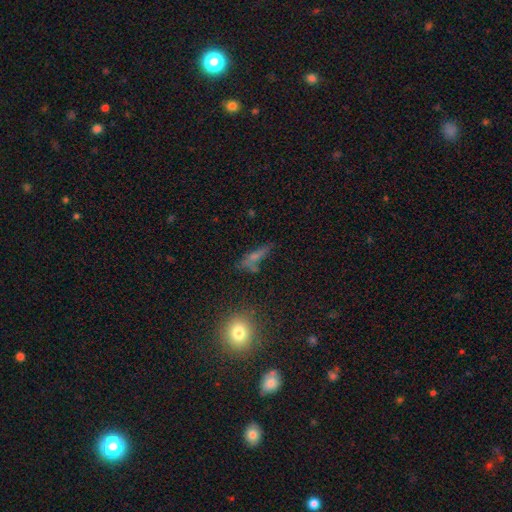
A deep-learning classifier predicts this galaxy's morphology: Smooth or featured?
  - smooth: 40% *
  - featured or disk: 31%
  - star or artifact: 29%
Merging?
  - none: 69% *
  - minor disturbance: 15%
  - major disturbance: 9%
  - merger: 7%